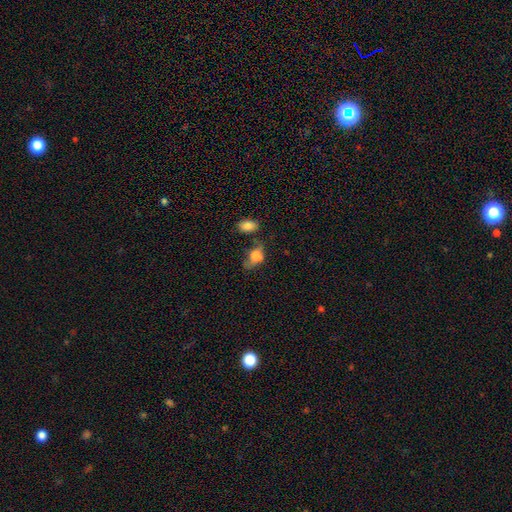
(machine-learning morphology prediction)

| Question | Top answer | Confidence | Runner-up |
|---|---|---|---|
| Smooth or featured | smooth | 70% | featured or disk (19%) |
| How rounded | in between | 81% | round (16%) |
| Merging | none | 30% | minor disturbance (29%) |